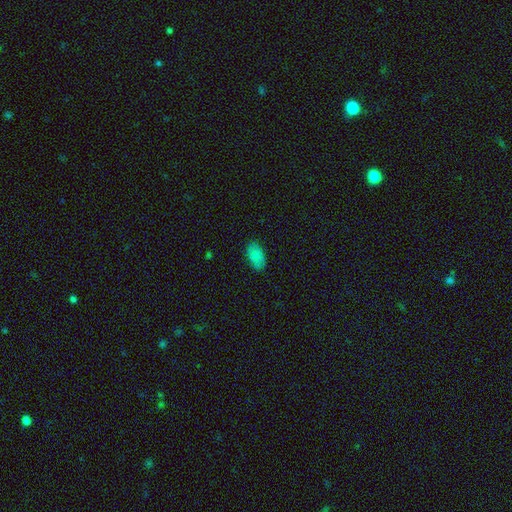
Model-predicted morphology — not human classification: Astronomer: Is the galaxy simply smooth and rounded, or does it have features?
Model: smooth — 86%.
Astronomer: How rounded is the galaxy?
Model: in between — 94%.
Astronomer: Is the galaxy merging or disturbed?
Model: none — 83%.